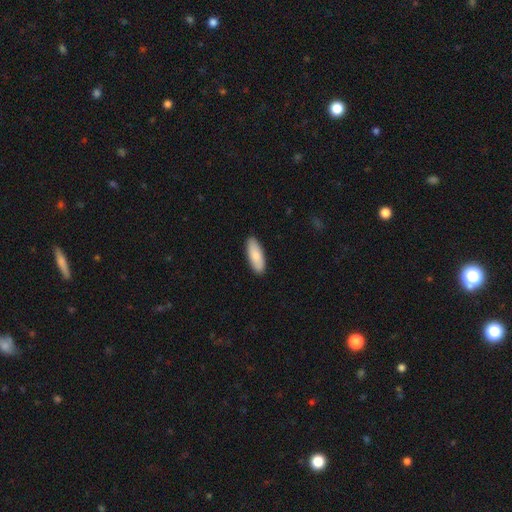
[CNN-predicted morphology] smooth 86%, featured or disk 9%, star or artifact 5%. Down the decision tree: how rounded — in between (73%); merging — none (90%).